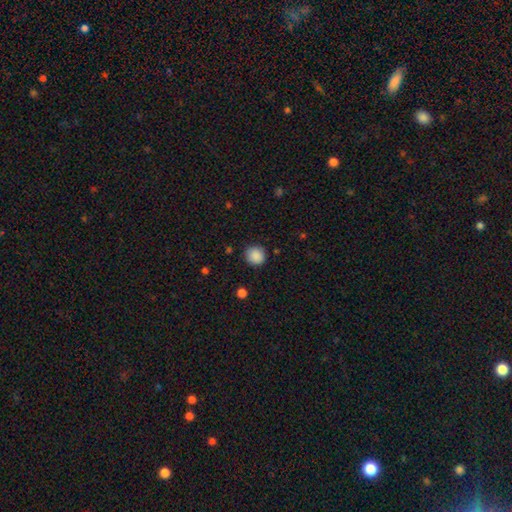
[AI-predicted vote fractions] Smooth or featured?
  - smooth: 88% *
  - star or artifact: 9%
  - featured or disk: 3%
How rounded?
  - round: 90% *
  - in between: 9%
  - cigar-shaped: 1%
Merging?
  - none: 87% *
  - minor disturbance: 9%
  - major disturbance: 3%
  - merger: 1%